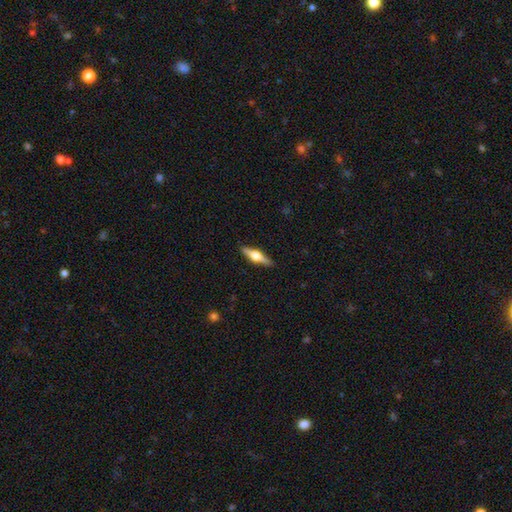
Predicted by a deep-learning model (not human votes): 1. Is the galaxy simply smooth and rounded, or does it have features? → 67% featured or disk, 28% smooth, 5% star or artifact.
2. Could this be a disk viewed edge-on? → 97% yes, 3% no.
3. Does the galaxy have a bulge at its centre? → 95% rounded, 4% boxy, 1% none.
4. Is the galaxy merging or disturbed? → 91% none, 7% minor disturbance, 2% major disturbance, 1% merger.